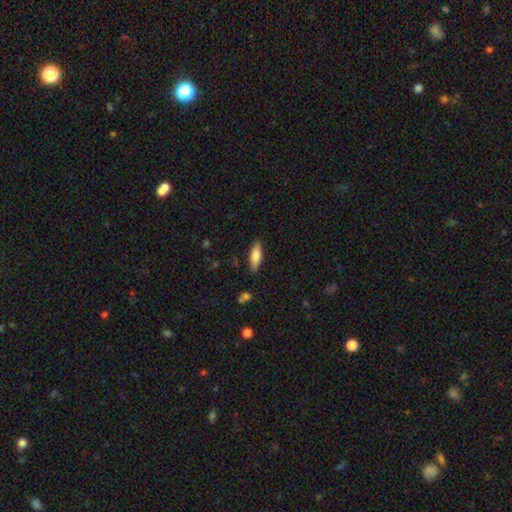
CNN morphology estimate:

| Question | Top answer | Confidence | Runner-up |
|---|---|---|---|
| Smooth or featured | smooth | 75% | featured or disk (18%) |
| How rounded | in between | 56% | cigar-shaped (42%) |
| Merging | none | 86% | minor disturbance (10%) |